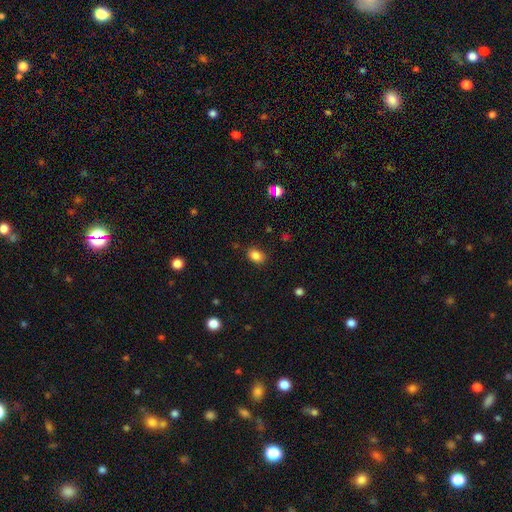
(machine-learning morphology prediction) smooth_or_featured: smooth (p=0.85) [alt: star or artifact p=0.11]
how_rounded: in between (p=0.78) [alt: round p=0.21]
merging: none (p=0.84) [alt: minor disturbance p=0.11]